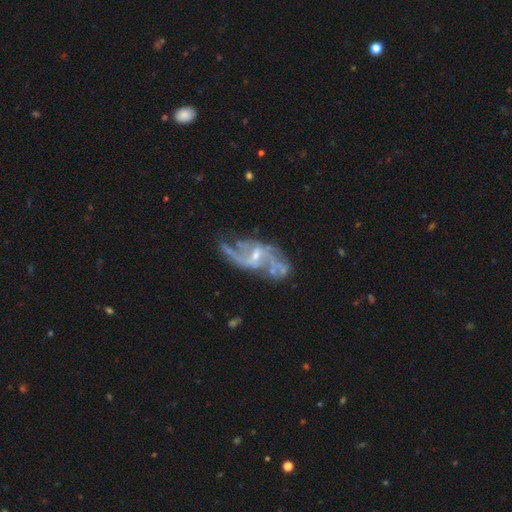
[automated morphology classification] Smooth or featured? Predicted: featured or disk (p=0.86). Edge-on disk? Predicted: no (p=0.95). Bar? Predicted: weak (p=0.49). Spiral arms? Predicted: yes (p=0.90). Spiral winding? Predicted: loose (p=0.61). Spiral arm count? Predicted: 2 (p=0.68). Bulge size? Predicted: small (p=0.65). Merging? Predicted: none (p=0.53).